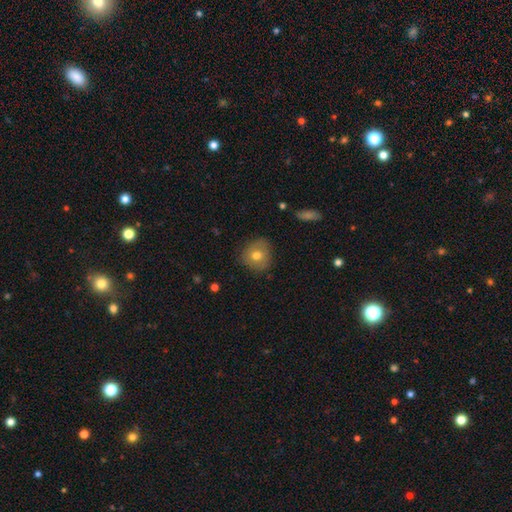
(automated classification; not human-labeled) Smooth or featured: smooth — 71% (featured or disk — 20%)
How rounded: round — 86% (in between — 13%)
Merging: none — 81% (minor disturbance — 14%)